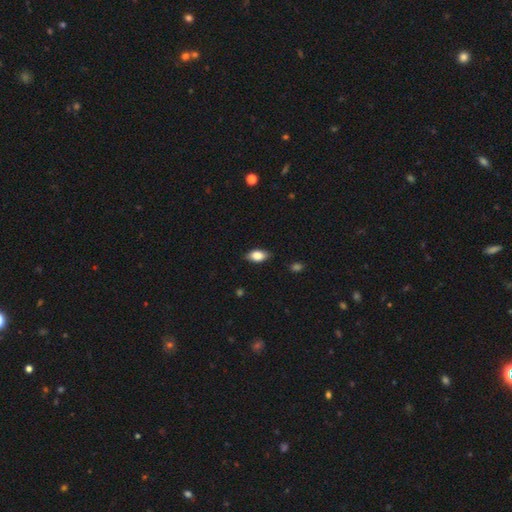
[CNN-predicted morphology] smooth_or_featured: smooth (p=0.83) [alt: featured or disk p=0.10]
how_rounded: in between (p=0.90) [alt: round p=0.06]
merging: none (p=0.84) [alt: minor disturbance p=0.13]